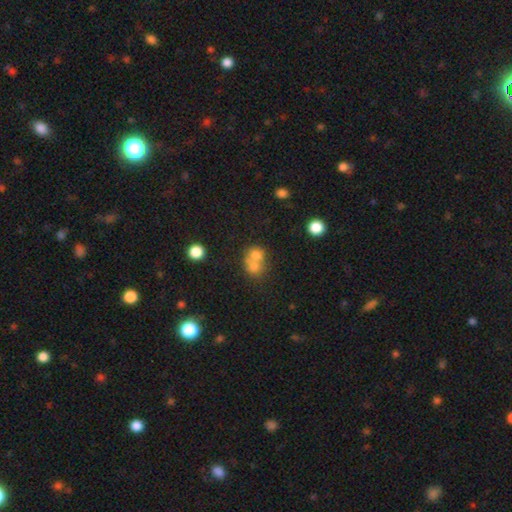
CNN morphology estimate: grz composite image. It shows a smooth galaxy with no disk features (69%) that is round (71%). Merging: merger (67%).